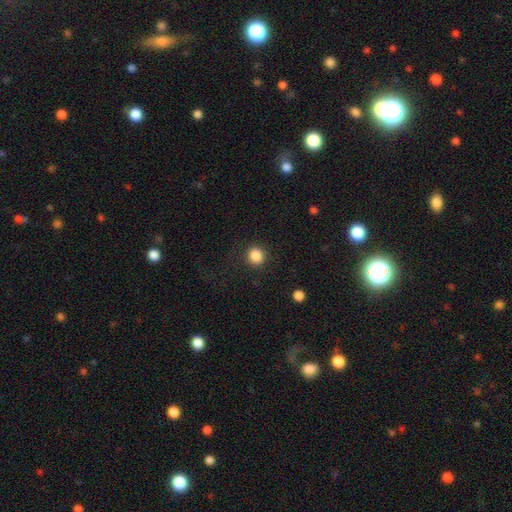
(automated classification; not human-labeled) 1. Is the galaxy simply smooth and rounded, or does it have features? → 86% smooth, 10% star or artifact, 4% featured or disk.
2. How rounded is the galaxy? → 87% round, 12% in between, 1% cigar-shaped.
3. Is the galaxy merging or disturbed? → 89% none, 7% minor disturbance, 3% major disturbance, 1% merger.